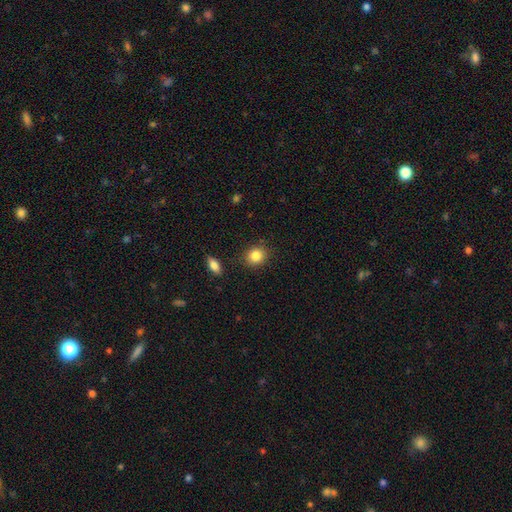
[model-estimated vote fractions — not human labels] This is clearly a smooth galaxy (85%). How rounded: likely round (72%). Merging: clearly none (86%).